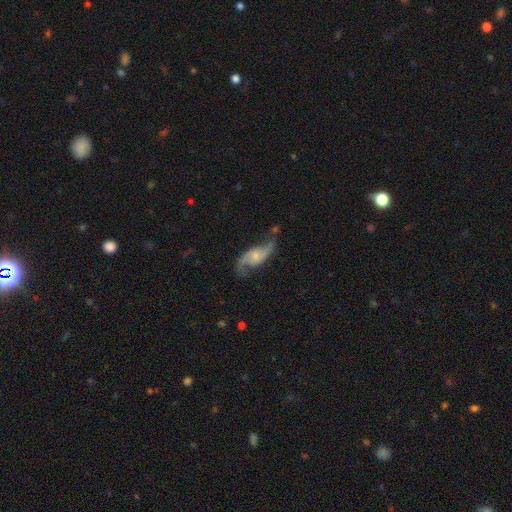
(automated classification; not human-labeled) smooth-or-featured: featured or disk: 82% | smooth: 12% | star or artifact: 6%
  disk-edge-on: no: 95% | yes: 5%
    bar: no: 59% | weak: 32% | strong: 8%
    has-spiral-arms: yes: 94% | no: 6%
      spiral-winding: loose: 75% | medium: 20% | tight: 5%
      spiral-arm-count: 2: 91% | 1: 3% | can't tell: 3% | 3: 1% | 4: 1% | more than 4: 1%
    bulge-size: small: 54% | moderate: 28% | none: 12% | large: 4% | dominant: 1%
  merging: none: 64% | minor disturbance: 20% | major disturbance: 12% | merger: 4%